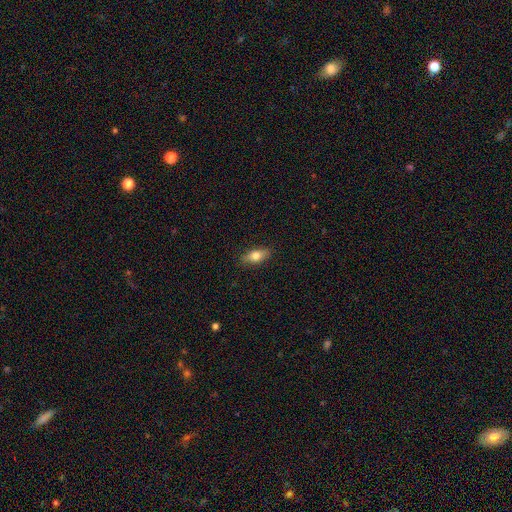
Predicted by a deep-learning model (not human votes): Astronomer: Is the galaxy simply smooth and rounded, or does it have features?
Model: smooth — 72%.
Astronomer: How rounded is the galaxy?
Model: in between — 76%.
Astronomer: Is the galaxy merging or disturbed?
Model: none — 87%.